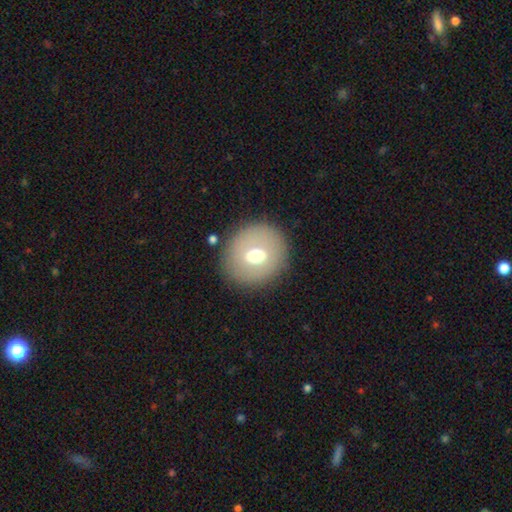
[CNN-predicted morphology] A smooth galaxy with no disk features (60%) that is round (81%). Merging: none (84%).